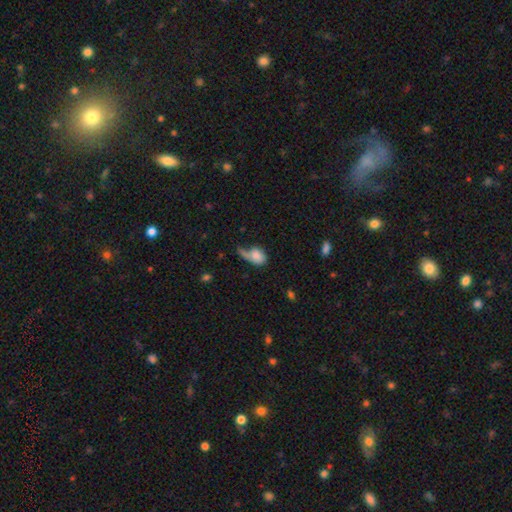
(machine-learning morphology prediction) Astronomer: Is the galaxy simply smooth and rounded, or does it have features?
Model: smooth — 74%.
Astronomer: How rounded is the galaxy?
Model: in between — 73%.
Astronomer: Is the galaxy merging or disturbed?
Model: major disturbance — 31% (runner-up: none, 28%).